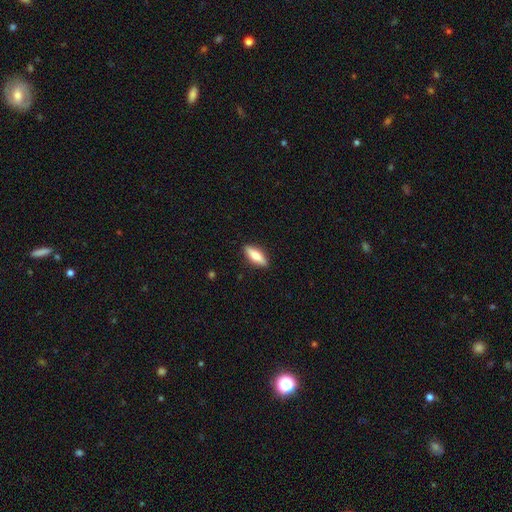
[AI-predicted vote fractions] A smooth galaxy with no disk features (68%) that is in between round and cigar-shaped (55%). Merging: none (89%).